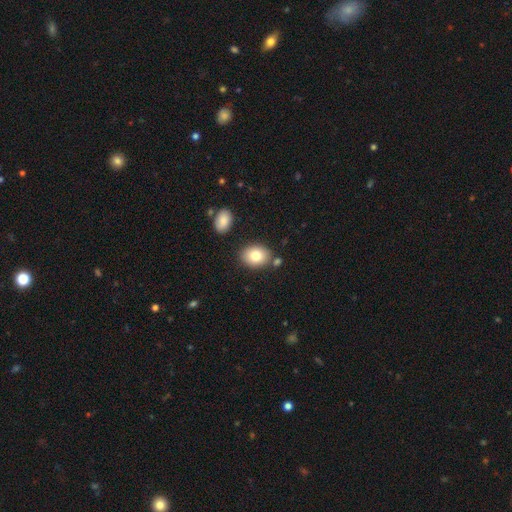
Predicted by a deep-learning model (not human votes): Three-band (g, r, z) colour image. It shows a smooth galaxy with no disk features (81%) that is in between round and cigar-shaped (64%). Merging: none (79%).